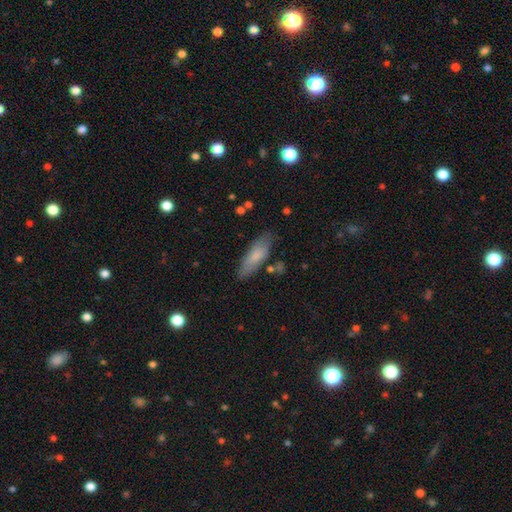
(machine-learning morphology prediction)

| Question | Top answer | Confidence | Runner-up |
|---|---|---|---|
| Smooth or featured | smooth | 74% | featured or disk (20%) |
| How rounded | in between | 54% | cigar-shaped (44%) |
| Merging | none | 76% | minor disturbance (17%) |